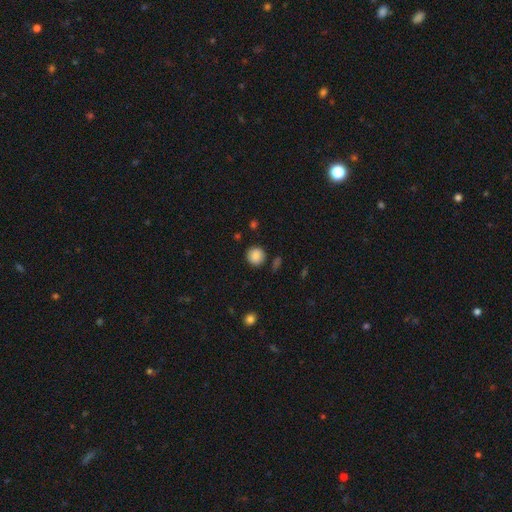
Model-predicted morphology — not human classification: Q: Smooth or featured?
A: smooth (86%); runner-up: star or artifact (9%)
Q: How rounded?
A: round (92%); runner-up: in between (8%)
Q: Merging?
A: none (86%); runner-up: minor disturbance (9%)